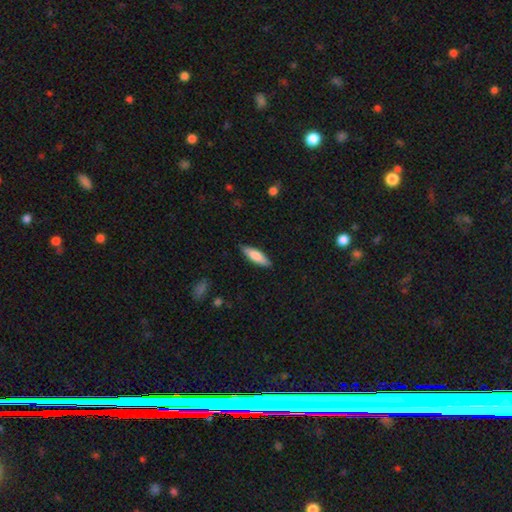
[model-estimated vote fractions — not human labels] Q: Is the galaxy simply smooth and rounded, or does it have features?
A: smooth — 76%.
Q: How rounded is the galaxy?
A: cigar-shaped — 51%.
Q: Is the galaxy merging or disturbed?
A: none — 86%.